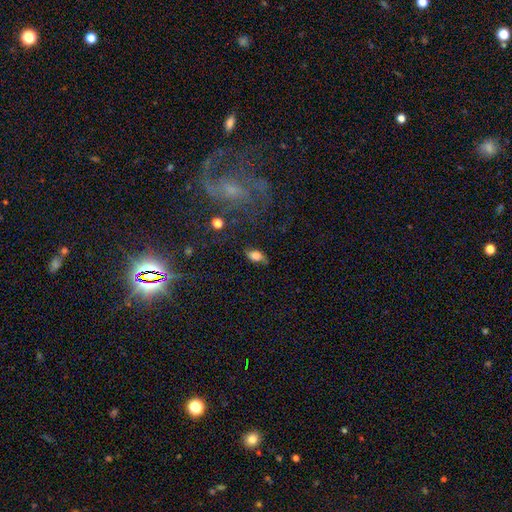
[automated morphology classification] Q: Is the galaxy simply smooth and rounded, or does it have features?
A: smooth — 74%.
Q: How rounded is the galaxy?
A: in between — 86%.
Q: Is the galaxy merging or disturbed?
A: none — 72%.